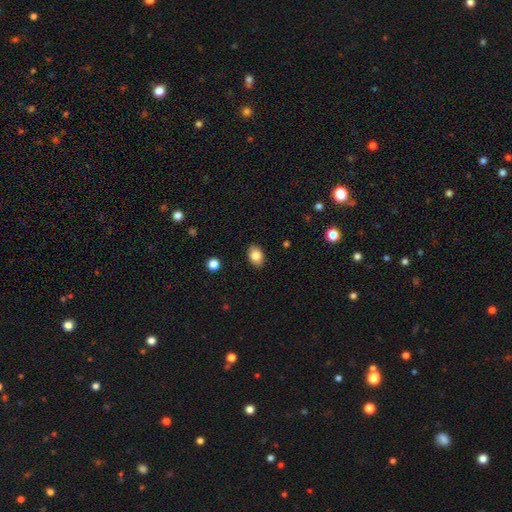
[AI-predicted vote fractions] A smooth galaxy with no disk features (84%) that is in between round and cigar-shaped (83%). Merging: none (89%).